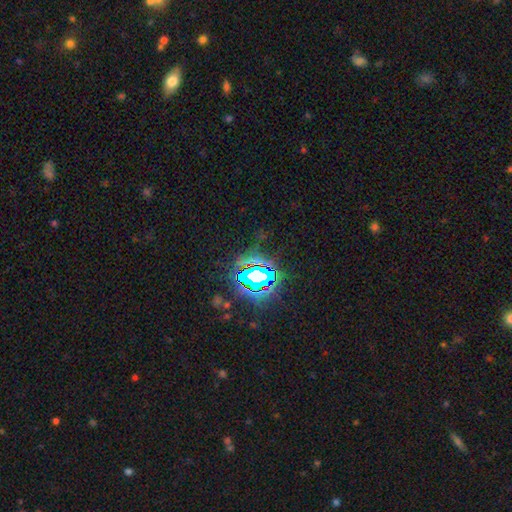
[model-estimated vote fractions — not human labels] A star or artifact, not a galaxy (81%).